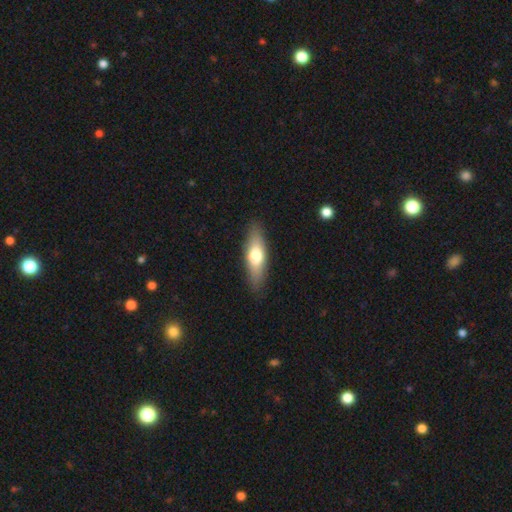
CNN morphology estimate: Smooth or featured? Predicted: smooth (p=0.64). How rounded? Predicted: in between (p=0.52). Merging? Predicted: none (p=0.87).